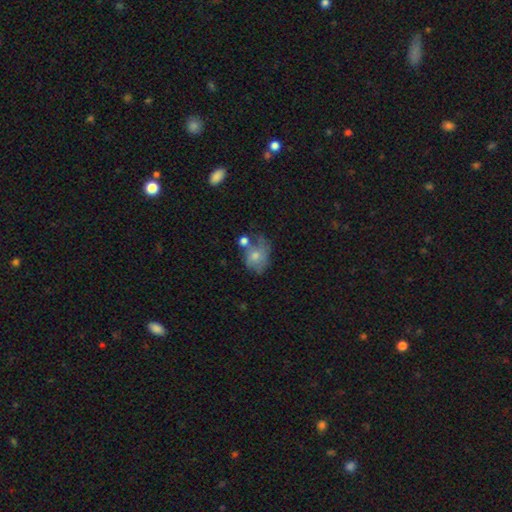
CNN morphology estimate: smooth_or_featured: smooth (p=0.60) [alt: featured or disk p=0.31]
how_rounded: in between (p=0.60) [alt: round p=0.39]
merging: none (p=0.29) [alt: minor disturbance p=0.25]